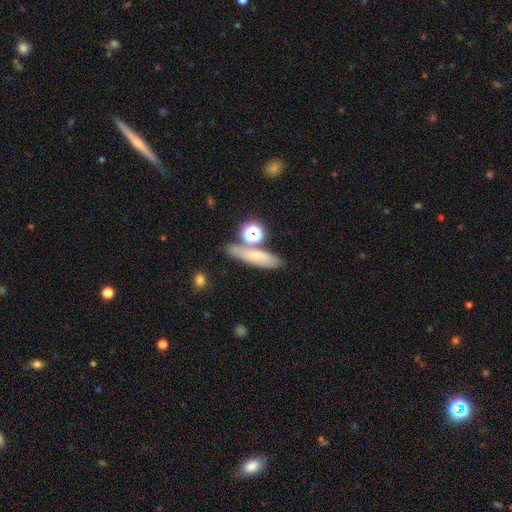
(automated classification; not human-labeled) smooth 60%, featured or disk 26%, star or artifact 14%. Down the decision tree: how rounded — cigar-shaped (55%); merging — none (65%).